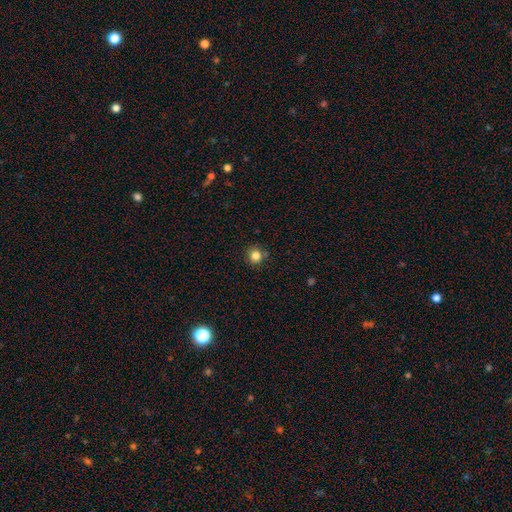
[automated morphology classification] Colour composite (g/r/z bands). It shows a smooth galaxy with no disk features (83%) that is round (92%). Merging: none (84%).